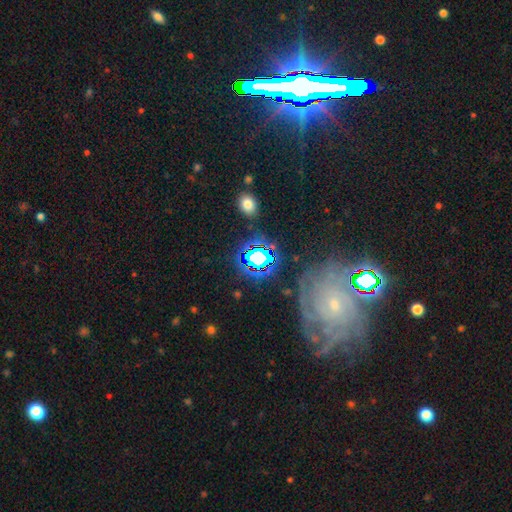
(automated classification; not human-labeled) A star or artifact, not a galaxy (64%).